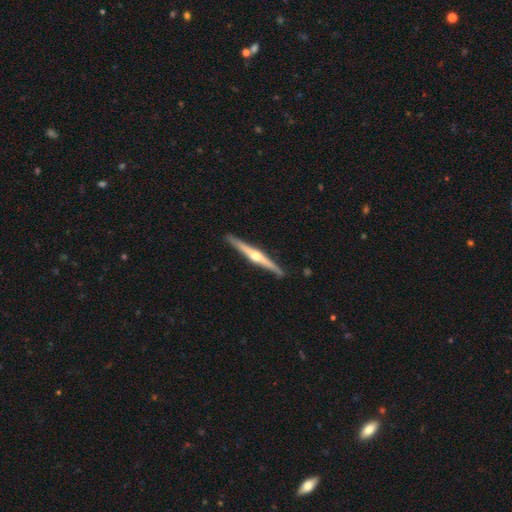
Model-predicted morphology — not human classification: Overall: featured or disk (81%). Edge-on disk: yes (98%). Edge-on bulge: rounded (93%). Merging: none (91%).